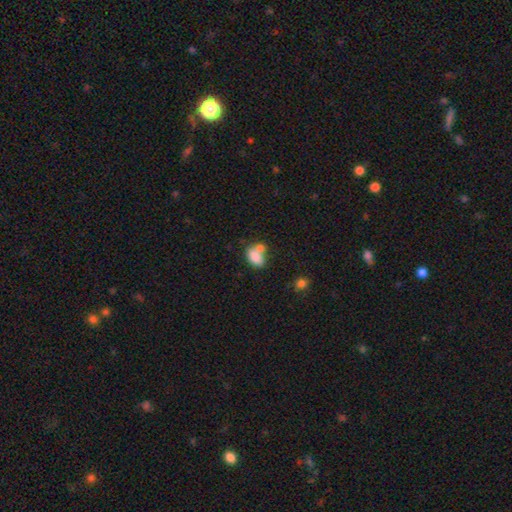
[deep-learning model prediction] Overall: smooth (80%). How rounded: in between (87%). Merging: merger (51%; none 31%).